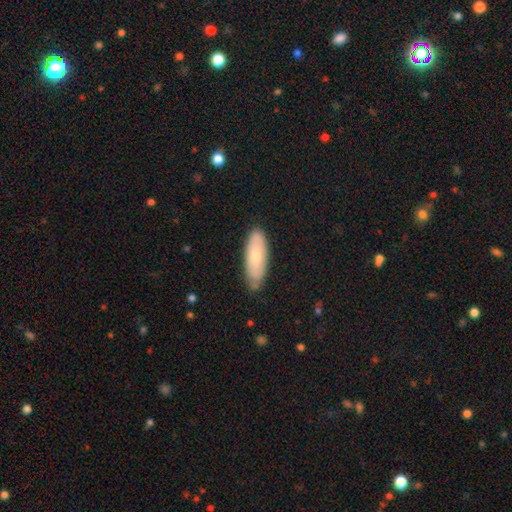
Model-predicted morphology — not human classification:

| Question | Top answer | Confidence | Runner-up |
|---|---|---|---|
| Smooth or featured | smooth | 70% | featured or disk (25%) |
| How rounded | in between | 69% | cigar-shaped (29%) |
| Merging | none | 77% | minor disturbance (19%) |